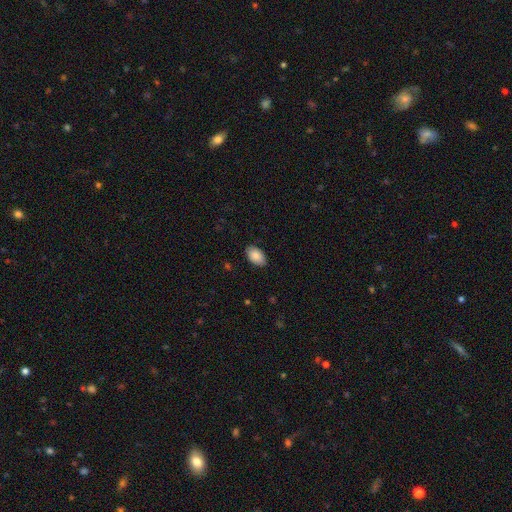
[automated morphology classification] This is clearly a smooth galaxy (88%). How rounded: clearly in between (94%). Merging: clearly none (87%).